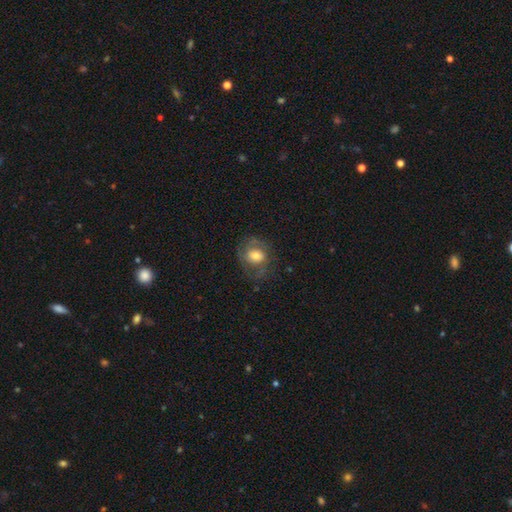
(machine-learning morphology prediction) Q: Smooth or featured?
A: smooth (50%); runner-up: featured or disk (42%)
Q: Merging?
A: none (61%); runner-up: minor disturbance (21%)